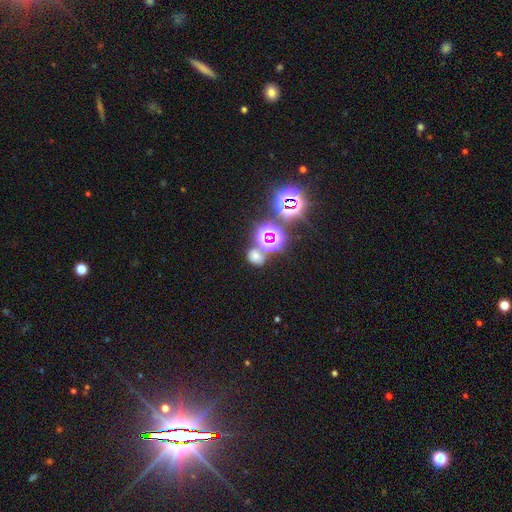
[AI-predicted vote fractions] smooth-or-featured: smooth: 51% | star or artifact: 39% | featured or disk: 10%
  how-rounded: in between: 52% | round: 46% | cigar-shaped: 2%
  merging: none: 61% | merger: 21% | minor disturbance: 12% | major disturbance: 6%